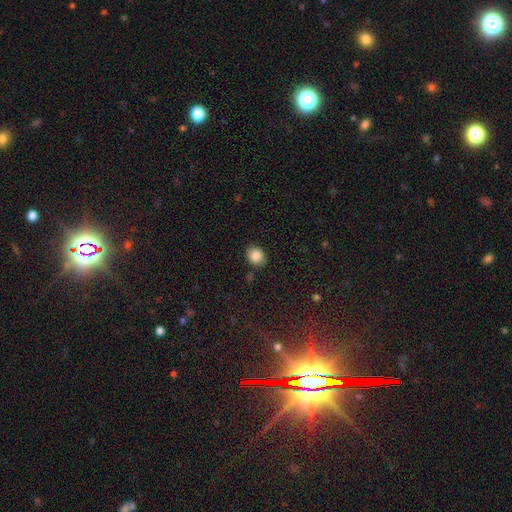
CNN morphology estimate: The model was most divided on "how rounded": round: 65%, in between: 34%, cigar-shaped: 1%. More confident: smooth or featured — smooth (86%); merging — none (85%).